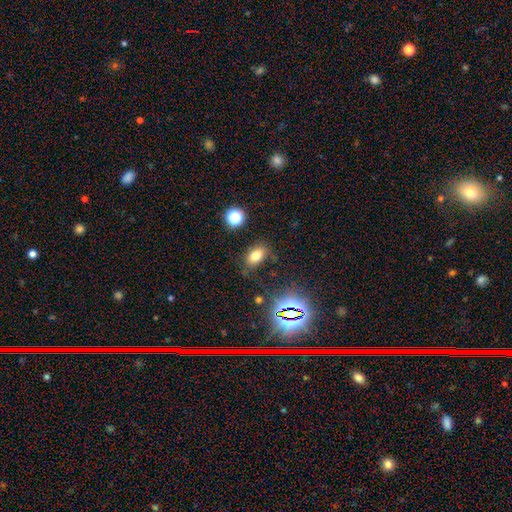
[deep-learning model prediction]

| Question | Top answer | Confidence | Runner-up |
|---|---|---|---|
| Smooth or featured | smooth | 72% | star or artifact (18%) |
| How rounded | in between | 82% | round (15%) |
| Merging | none | 76% | minor disturbance (15%) |